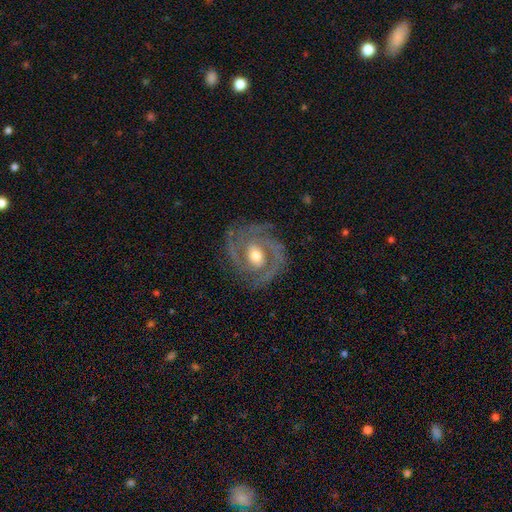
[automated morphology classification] Smooth or featured: featured or disk — 90% (smooth — 6%)
Edge-on disk: no — 97% (yes — 3%)
Bar: no — 49% (weak — 38%)
Spiral arms: yes — 97% (no — 3%)
Spiral winding: tight — 56% (medium — 37%)
Spiral arm count: 2 — 57% (3 — 20%)
Bulge size: moderate — 72% (small — 17%)
Merging: none — 80% (minor disturbance — 13%)